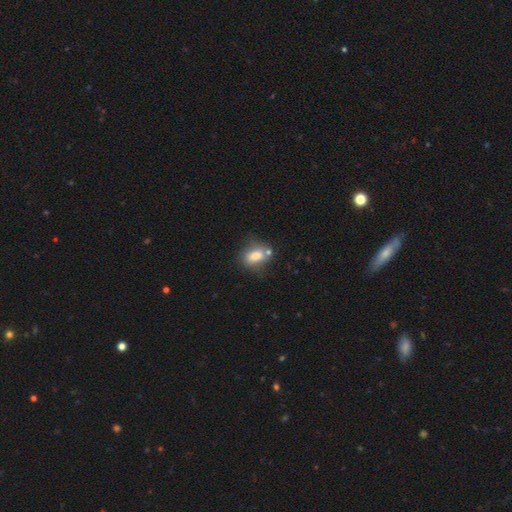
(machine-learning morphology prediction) smooth-or-featured: smooth: 75% | featured or disk: 16% | star or artifact: 10%
  how-rounded: in between: 74% | round: 22% | cigar-shaped: 4%
  merging: none: 52% | minor disturbance: 23% | merger: 18% | major disturbance: 8%